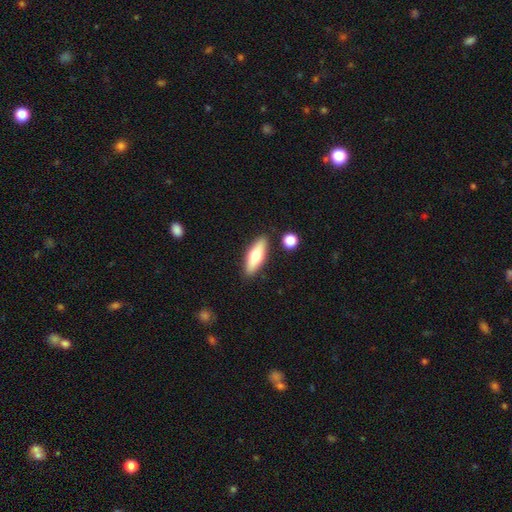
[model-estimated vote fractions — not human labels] This appears to be a smooth galaxy with no disk features (61%) that is in between round and cigar-shaped (59%). Merging: none (86%).